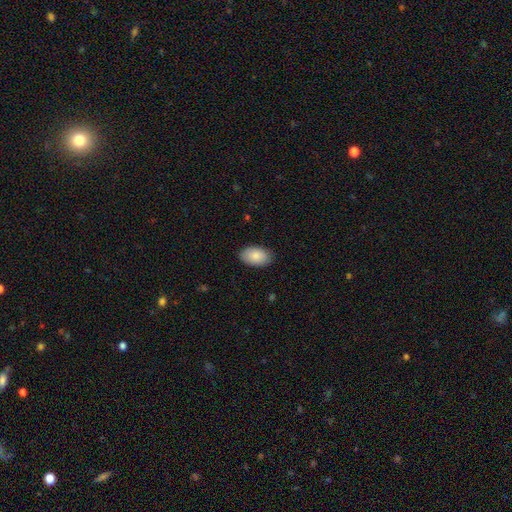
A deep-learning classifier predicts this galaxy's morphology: smooth_or_featured: smooth (p=0.86) [alt: featured or disk p=0.08]
how_rounded: in between (p=0.93) [alt: round p=0.06]
merging: none (p=0.86) [alt: minor disturbance p=0.11]